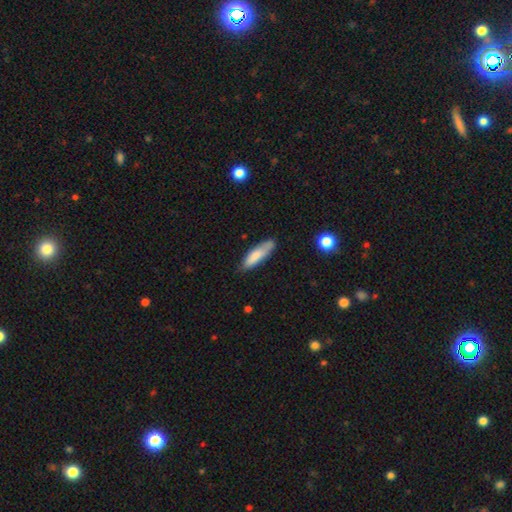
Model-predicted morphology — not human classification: Smooth or featured?
  - smooth: 80% *
  - featured or disk: 14%
  - star or artifact: 6%
How rounded?
  - cigar-shaped: 62% *
  - in between: 36%
  - round: 1%
Merging?
  - none: 71% *
  - minor disturbance: 23%
  - major disturbance: 4%
  - merger: 2%